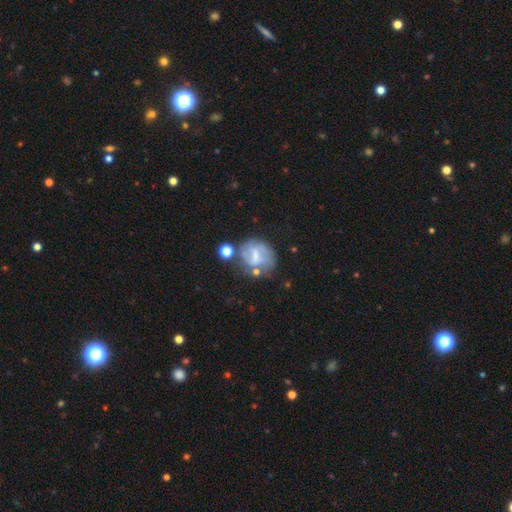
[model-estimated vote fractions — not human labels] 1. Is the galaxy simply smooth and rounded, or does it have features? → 53% featured or disk, 37% smooth, 10% star or artifact.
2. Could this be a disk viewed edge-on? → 97% no, 3% yes.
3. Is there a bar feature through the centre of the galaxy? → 47% weak, 28% no, 25% strong.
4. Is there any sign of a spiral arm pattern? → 56% yes, 44% no.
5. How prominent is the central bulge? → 36% small, 31% none, 27% moderate, 4% large, 1% dominant.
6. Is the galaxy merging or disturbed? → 48% none, 23% minor disturbance, 16% major disturbance, 13% merger.